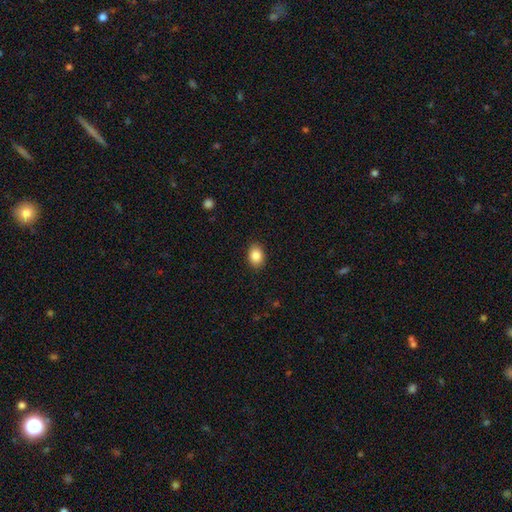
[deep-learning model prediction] A smooth galaxy with no disk features (87%) that is in between round and cigar-shaped (74%). Merging: none (89%).